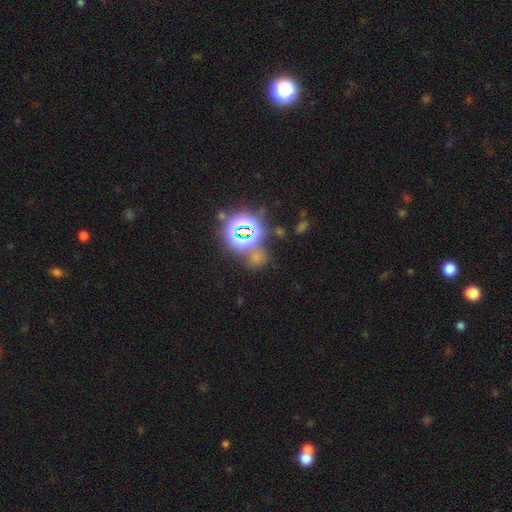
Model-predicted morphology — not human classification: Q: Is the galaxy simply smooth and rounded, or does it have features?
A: star or artifact — 58%.